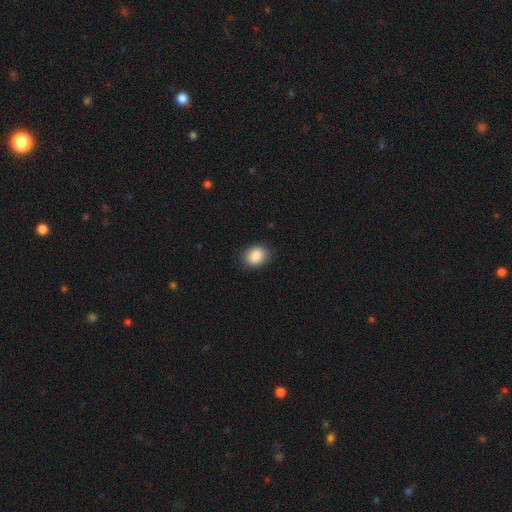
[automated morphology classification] smooth-or-featured: smooth: 87% | star or artifact: 8% | featured or disk: 5%
  how-rounded: in between: 54% | round: 45% | cigar-shaped: 1%
  merging: none: 86% | minor disturbance: 10% | major disturbance: 2% | merger: 1%